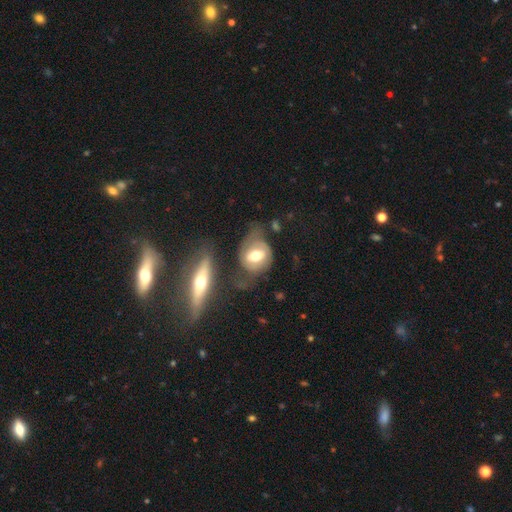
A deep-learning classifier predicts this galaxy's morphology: Q: Smooth or featured?
A: featured or disk (58%); runner-up: smooth (36%)
Q: Edge-on disk?
A: no (92%); runner-up: yes (8%)
Q: Bar?
A: weak (40%); runner-up: no (33%)
Q: Spiral arms?
A: yes (64%); runner-up: no (36%)
Q: Bulge size?
A: moderate (66%); runner-up: large (22%)
Q: Merging?
A: none (44%); runner-up: minor disturbance (24%)